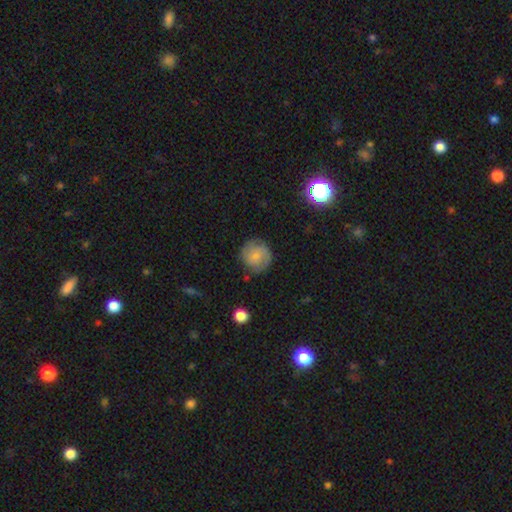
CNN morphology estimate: Smooth or featured?
  - smooth: 55% *
  - featured or disk: 37%
  - star or artifact: 8%
How rounded?
  - round: 90% *
  - in between: 9%
  - cigar-shaped: 1%
Merging?
  - none: 77% *
  - minor disturbance: 16%
  - major disturbance: 5%
  - merger: 2%